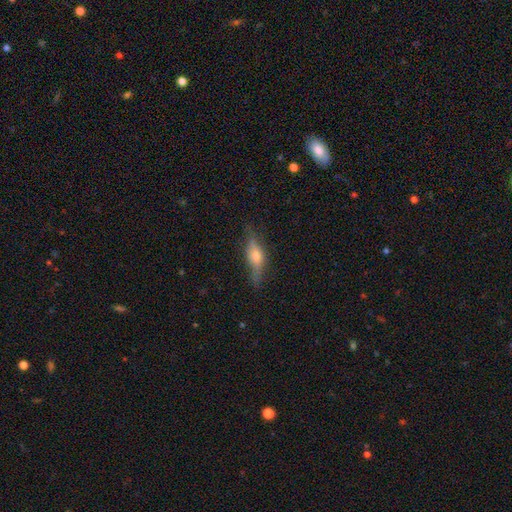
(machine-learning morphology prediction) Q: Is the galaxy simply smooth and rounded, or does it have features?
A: featured or disk — 54%.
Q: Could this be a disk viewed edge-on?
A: yes — 85%.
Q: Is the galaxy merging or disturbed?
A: none — 74%.